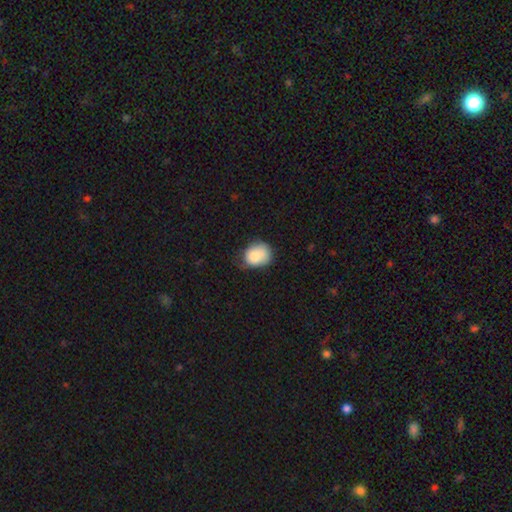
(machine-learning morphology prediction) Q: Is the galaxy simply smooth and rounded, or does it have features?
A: smooth — 84%.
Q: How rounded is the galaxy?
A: round — 51%.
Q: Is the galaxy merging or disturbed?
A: none — 49%.